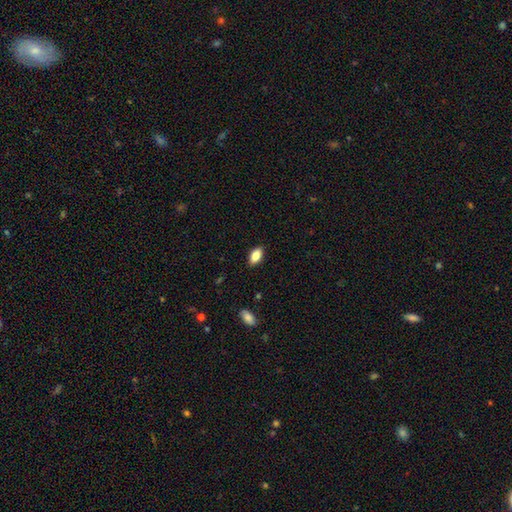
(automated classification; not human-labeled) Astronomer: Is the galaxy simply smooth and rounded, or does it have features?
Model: smooth — 83%.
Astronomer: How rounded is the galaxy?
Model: in between — 91%.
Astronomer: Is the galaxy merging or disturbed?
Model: none — 88%.